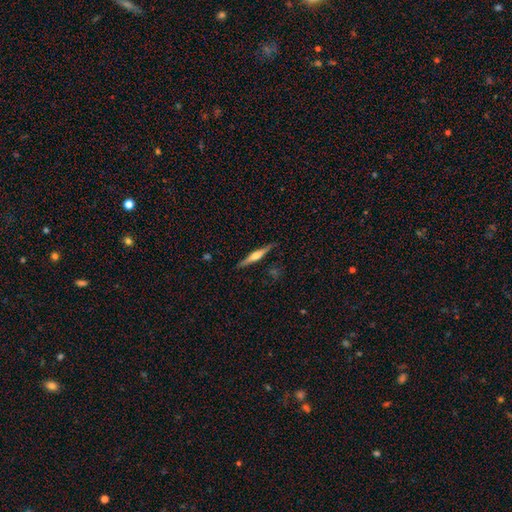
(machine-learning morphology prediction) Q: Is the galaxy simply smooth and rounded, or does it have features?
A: featured or disk — 68%.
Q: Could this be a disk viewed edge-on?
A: yes — 98%.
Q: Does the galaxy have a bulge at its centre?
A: rounded — 88%.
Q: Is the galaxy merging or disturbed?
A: none — 88%.